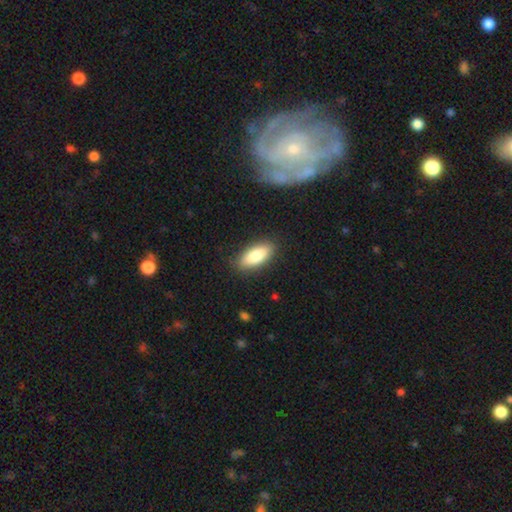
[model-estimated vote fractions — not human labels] Overall: smooth (83%). How rounded: in between (79%). Merging: none (87%).